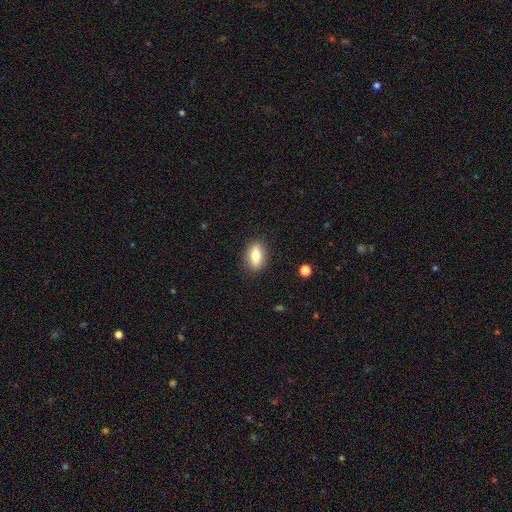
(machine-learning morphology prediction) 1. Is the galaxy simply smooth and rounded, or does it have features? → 70% smooth, 23% featured or disk, 8% star or artifact.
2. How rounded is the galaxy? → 78% in between, 14% cigar-shaped, 8% round.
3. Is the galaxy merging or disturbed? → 87% none, 9% minor disturbance, 3% major disturbance, 1% merger.